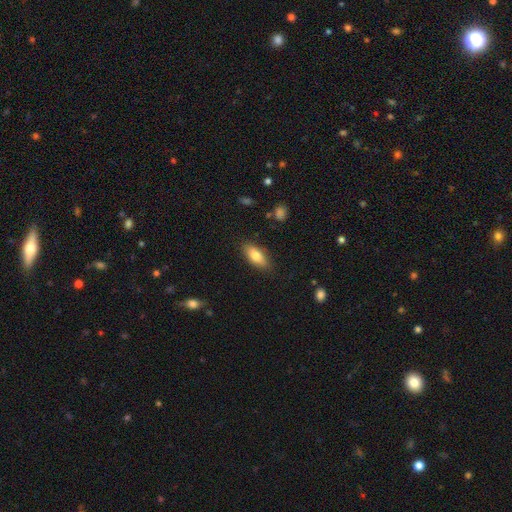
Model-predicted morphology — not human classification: smooth_or_featured: smooth (p=0.76) [alt: featured or disk p=0.17]
how_rounded: in between (p=0.78) [alt: cigar-shaped p=0.19]
merging: none (p=0.85) [alt: minor disturbance p=0.11]